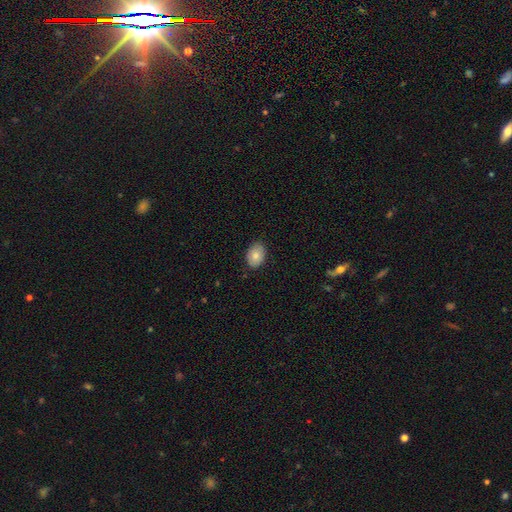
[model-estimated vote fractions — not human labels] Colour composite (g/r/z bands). It shows a smooth galaxy with no disk features (82%) that is in between round and cigar-shaped (80%). Merging: none (85%).